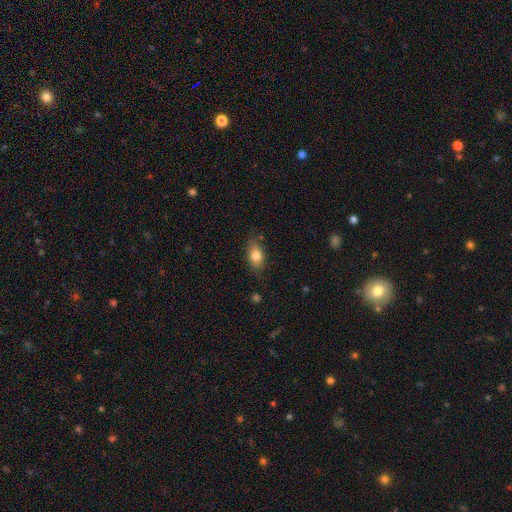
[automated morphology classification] Q: Smooth or featured?
A: smooth (79%); runner-up: featured or disk (13%)
Q: How rounded?
A: in between (84%); runner-up: round (13%)
Q: Merging?
A: none (79%); runner-up: minor disturbance (16%)